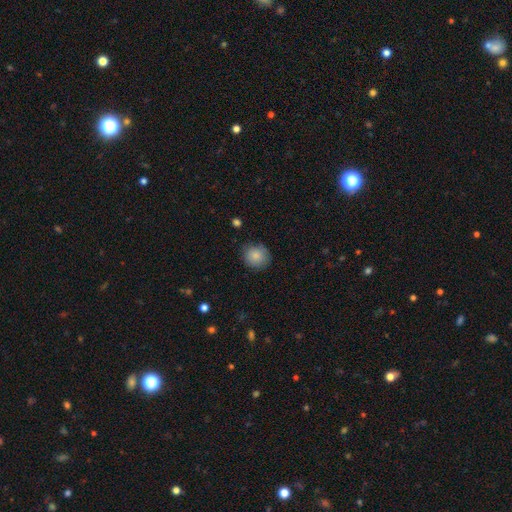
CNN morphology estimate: A smooth galaxy with no disk features (85%) that is round (85%). Merging: none (81%).